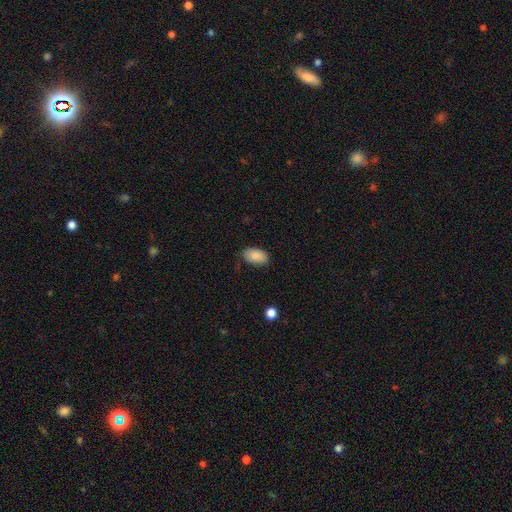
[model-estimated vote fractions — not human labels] The model was most divided on "merging": none: 80%, minor disturbance: 16%, major disturbance: 3%, merger: 1%. More confident: how rounded — in between (94%); smooth or featured — smooth (87%).